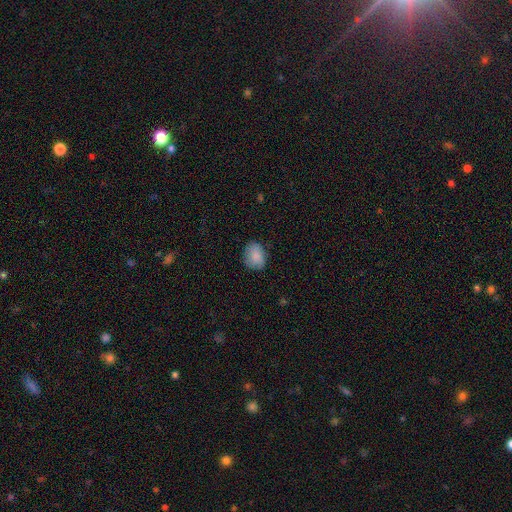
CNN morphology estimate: smooth-or-featured: smooth: 86% | star or artifact: 7% | featured or disk: 6%
  how-rounded: in between: 55% | round: 44% | cigar-shaped: 1%
  merging: none: 77% | minor disturbance: 18% | major disturbance: 4% | merger: 1%